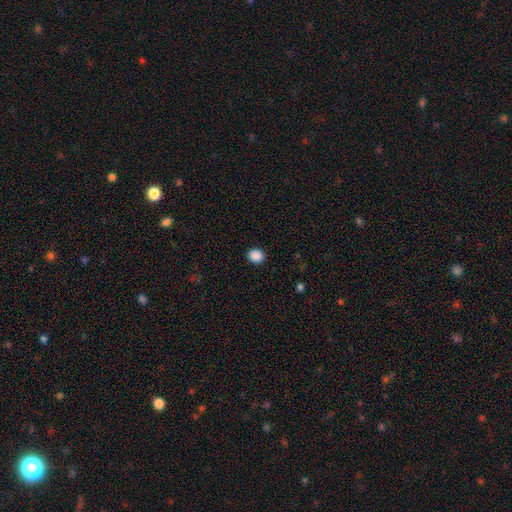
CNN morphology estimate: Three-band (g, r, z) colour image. It shows a smooth galaxy with no disk features (89%) that is round (77%). Merging: none (92%).